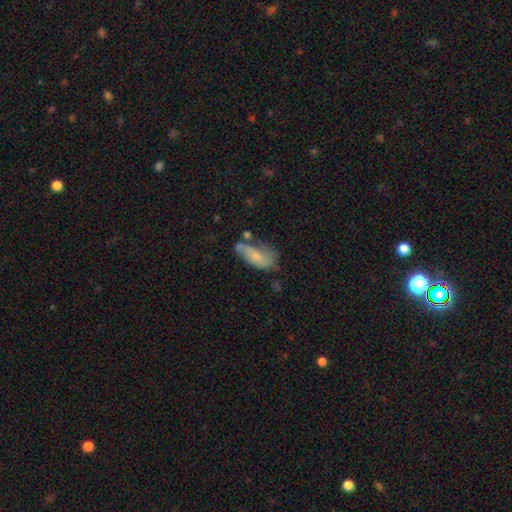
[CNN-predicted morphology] type=smooth (57%); roundness=in between (85%); merging=none (35%).